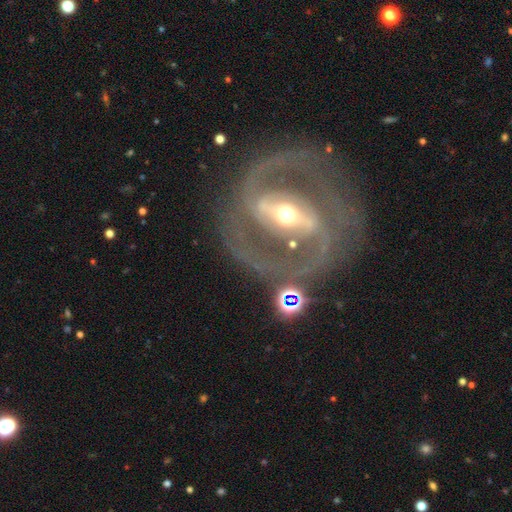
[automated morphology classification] Smooth or featured: featured or disk — 88% (star or artifact — 6%)
Edge-on disk: no — 94% (yes — 6%)
Bar: strong — 70% (weak — 21%)
Spiral arms: yes — 89% (no — 11%)
Spiral winding: medium — 44% (tied with tight — 44%)
Spiral arm count: 2 — 80% (can't tell — 9%)
Bulge size: moderate — 49% (small — 45%)
Merging: none — 71% (minor disturbance — 13%)